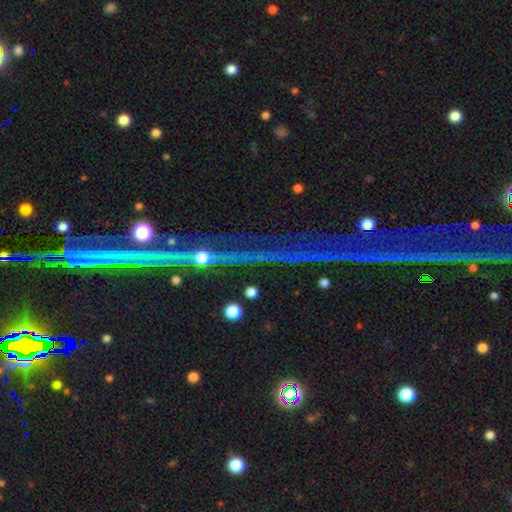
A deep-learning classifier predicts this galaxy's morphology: Q: Smooth or featured?
A: star or artifact (80%); runner-up: featured or disk (13%)